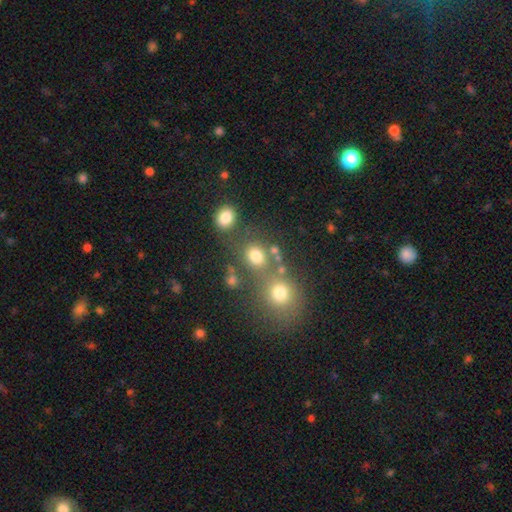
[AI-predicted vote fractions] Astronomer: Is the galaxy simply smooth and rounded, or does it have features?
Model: smooth — 61%.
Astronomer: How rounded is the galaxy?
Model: round — 81%.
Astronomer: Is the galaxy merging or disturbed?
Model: none — 55% (runner-up: merger, 32%).